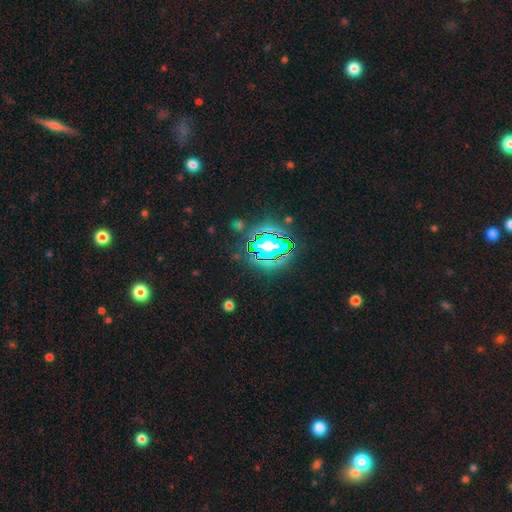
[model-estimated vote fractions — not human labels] A star or artifact, not a galaxy (84%).